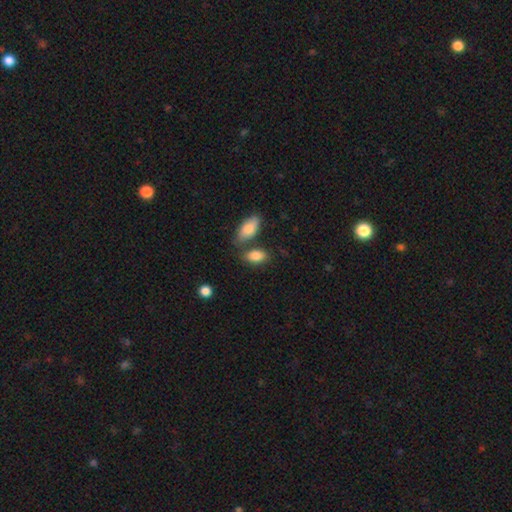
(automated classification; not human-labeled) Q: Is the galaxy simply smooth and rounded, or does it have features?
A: smooth — 86%.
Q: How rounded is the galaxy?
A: in between — 89%.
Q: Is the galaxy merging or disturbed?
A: none — 62%.